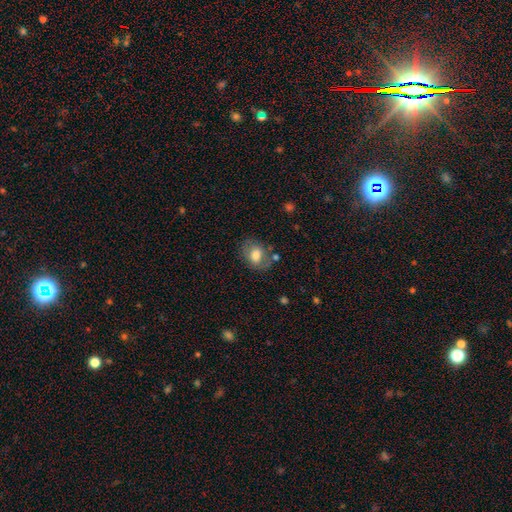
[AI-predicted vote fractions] Smooth or featured? Predicted: smooth (p=0.68). How rounded? Predicted: in between (p=0.60). Merging? Predicted: none (p=0.66).